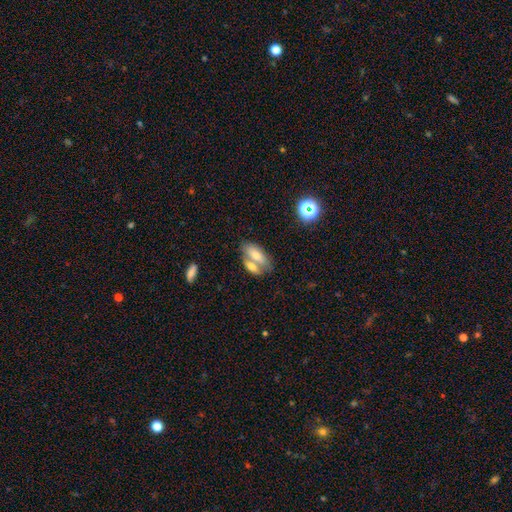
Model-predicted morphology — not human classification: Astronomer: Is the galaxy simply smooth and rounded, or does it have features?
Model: smooth — 70%.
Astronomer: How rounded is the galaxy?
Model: in between — 86%.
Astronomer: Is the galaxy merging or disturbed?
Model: merger — 54% (runner-up: none, 33%).